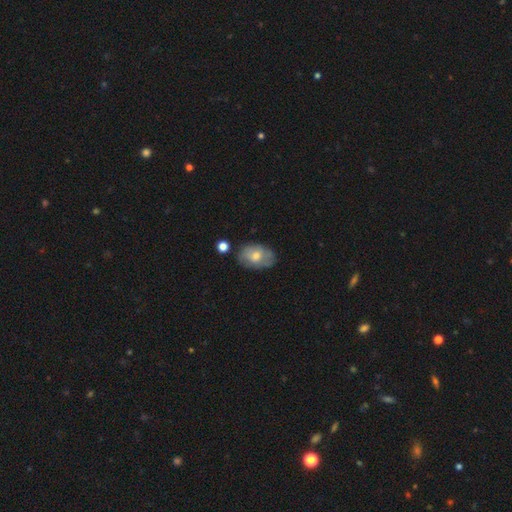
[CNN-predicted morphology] This is likely a smooth galaxy (65%). How rounded: clearly in between (83%). Merging: likely none (67%).